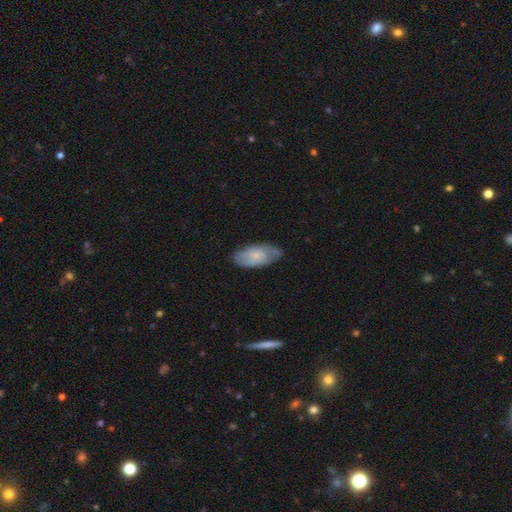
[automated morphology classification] Smooth or featured: smooth — 56% (featured or disk — 38%)
How rounded: in between — 90% (cigar-shaped — 8%)
Merging: none — 71% (minor disturbance — 23%)